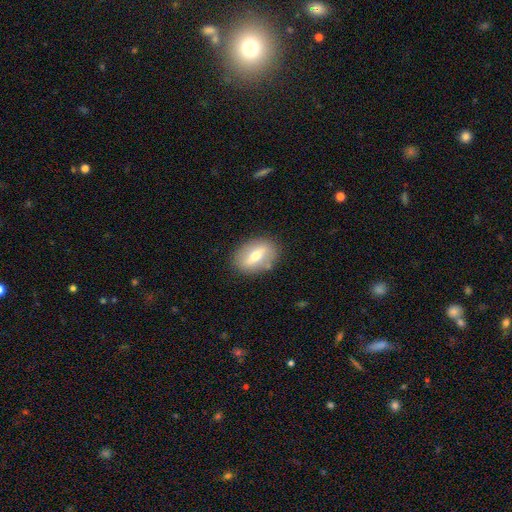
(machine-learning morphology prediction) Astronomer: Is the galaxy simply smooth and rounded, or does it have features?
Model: smooth — 47% (runner-up: featured or disk, 46%).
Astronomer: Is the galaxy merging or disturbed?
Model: none — 85%.